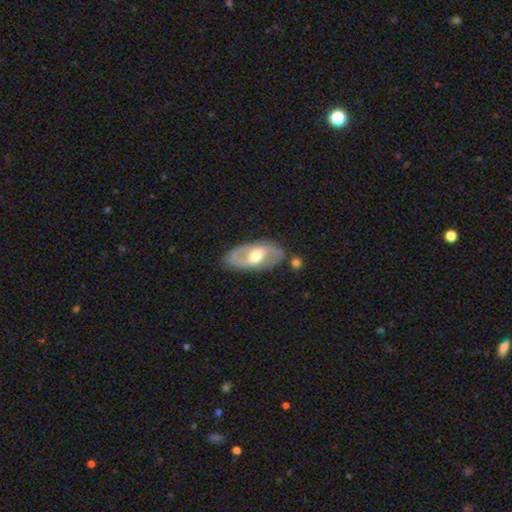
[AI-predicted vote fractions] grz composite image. It shows a featured or disk galaxy (71%) with a weak bar (40%), spiral arms (70%) and a moderate central bulge (71%). Merging: none (79%).